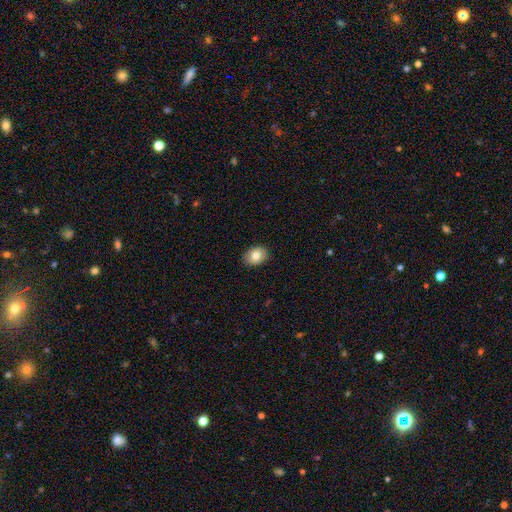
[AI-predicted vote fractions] This appears to be a smooth galaxy with no disk features (81%) that is in between round and cigar-shaped (67%). Merging: none (89%).